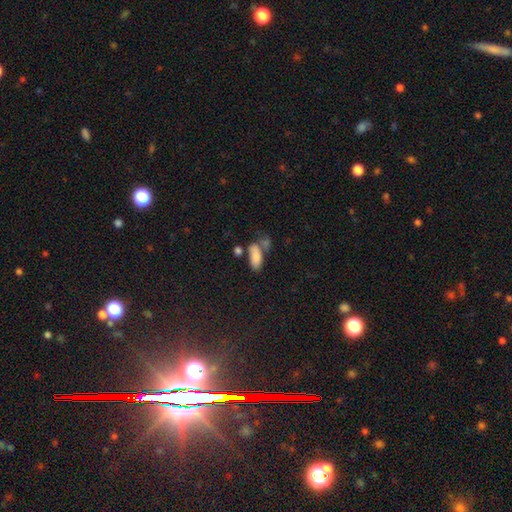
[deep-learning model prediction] A smooth galaxy with no disk features (81%) that is in between round and cigar-shaped (83%).

Vote fractions:
- Smooth or featured? smooth: 81% / star or artifact: 10% / featured or disk: 9%
- How rounded? in between: 83% / cigar-shaped: 14% / round: 3%
- Merging? none: 42% / merger: 30% / minor disturbance: 18% / major disturbance: 10%